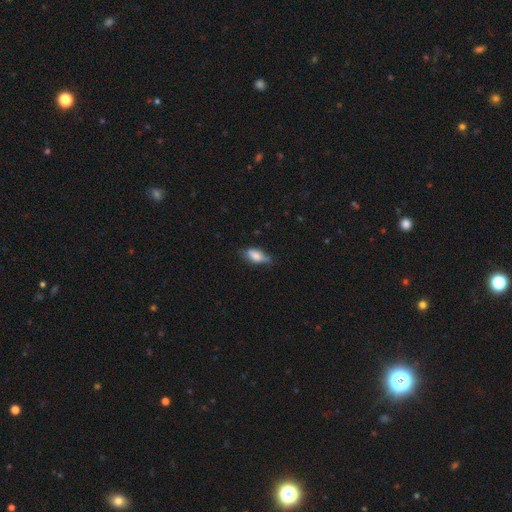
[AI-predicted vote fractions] Morphology: type=smooth (75%); roundness=in between (83%); merging=none (61%).